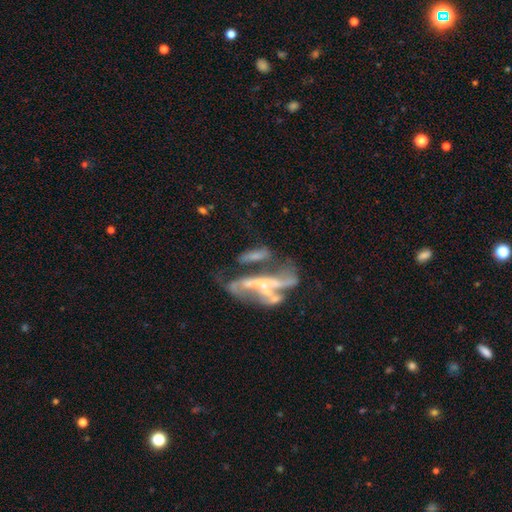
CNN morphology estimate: featured or disk 60%, smooth 26%, star or artifact 14%. Down the decision tree: edge-on disk — no (80%); merging — merger (47%).